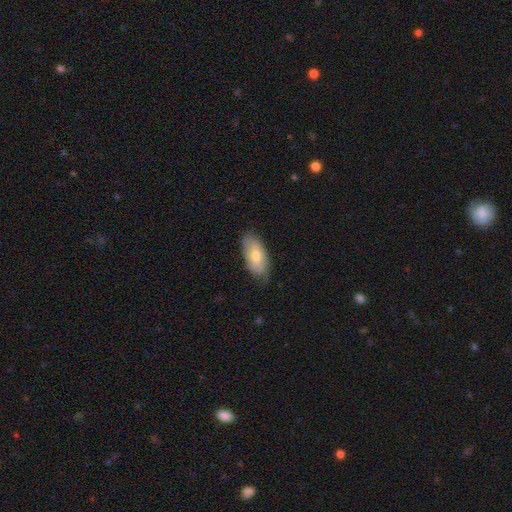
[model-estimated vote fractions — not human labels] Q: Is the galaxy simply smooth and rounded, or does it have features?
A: smooth — 63%.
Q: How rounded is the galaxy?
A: in between — 90%.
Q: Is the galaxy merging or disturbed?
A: none — 73%.